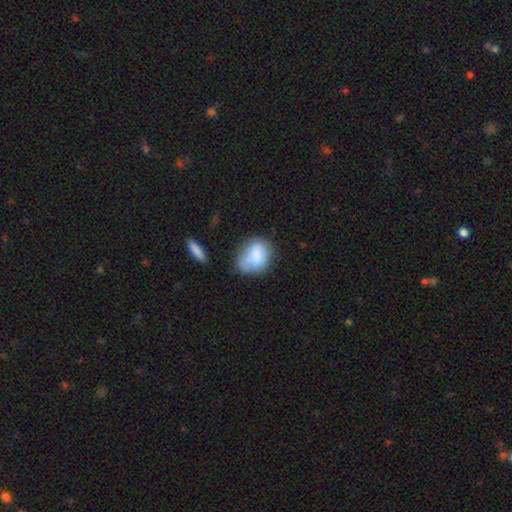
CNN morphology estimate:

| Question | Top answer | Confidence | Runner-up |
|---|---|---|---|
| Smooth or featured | smooth | 77% | featured or disk (15%) |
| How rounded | in between | 61% | round (38%) |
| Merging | none | 50% | minor disturbance (29%) |